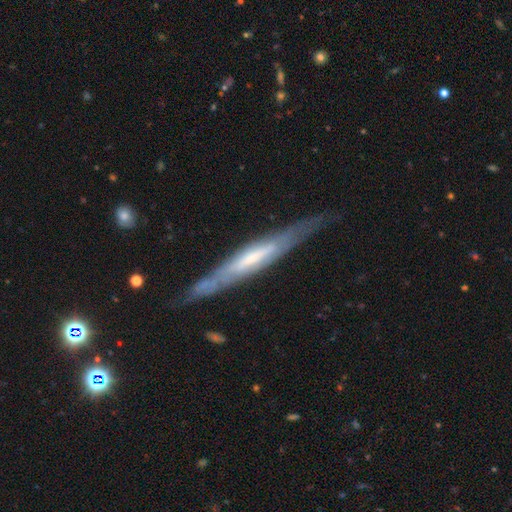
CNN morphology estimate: smooth-or-featured: featured or disk: 69% | smooth: 24% | star or artifact: 6%
  disk-edge-on: yes: 83% | no: 17%
    edge-on-bulge: none: 55% | boxy: 23% | rounded: 23%
  merging: none: 76% | minor disturbance: 17% | major disturbance: 5% | merger: 2%